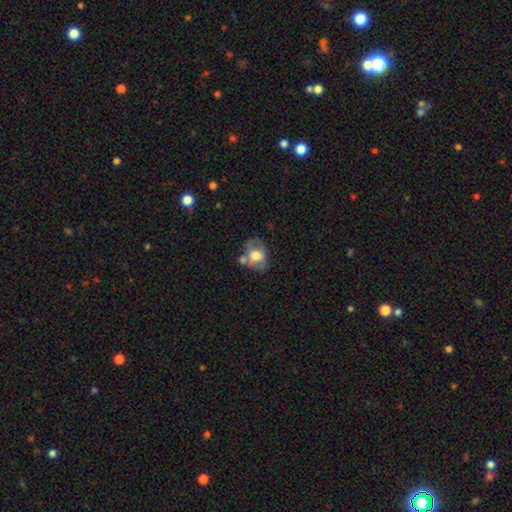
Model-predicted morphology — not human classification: Smooth or featured: smooth — 53% (featured or disk — 39%)
How rounded: in between — 64% (round — 35%)
Merging: none — 40% (merger — 25%)